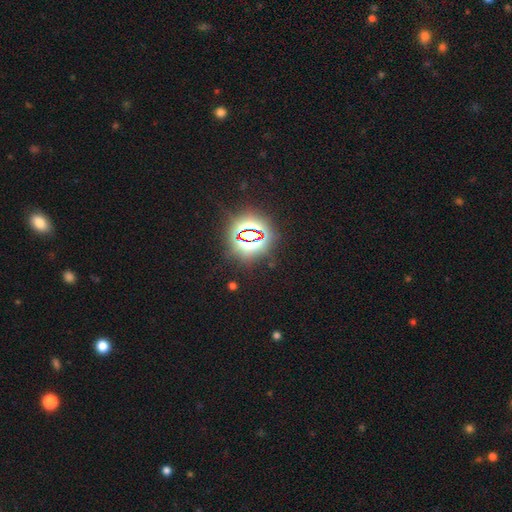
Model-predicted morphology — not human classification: This appears to be a star or artifact, not a galaxy (84%).